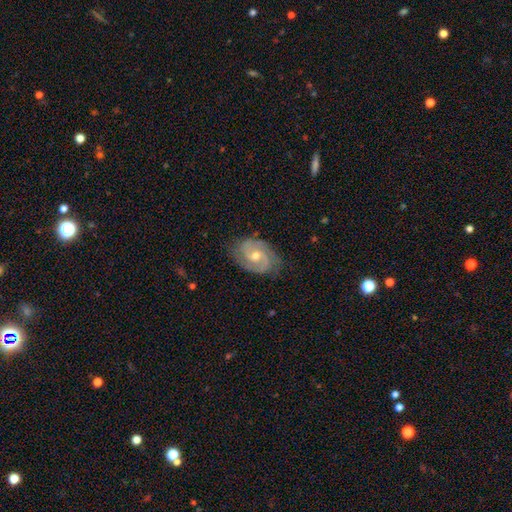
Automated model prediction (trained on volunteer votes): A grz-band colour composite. It shows a featured or disk galaxy (87%) with no bar (53%), 2 (84%) medium (46%) spiral arms (97%) and a moderate central bulge (60%). Merging: none (80%).